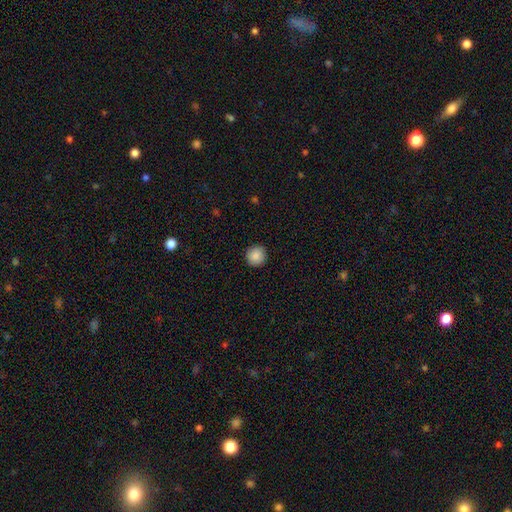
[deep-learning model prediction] smooth-or-featured: smooth: 89% | star or artifact: 8% | featured or disk: 3%
  how-rounded: round: 94% | in between: 5% | cigar-shaped: 1%
  merging: none: 92% | minor disturbance: 6% | major disturbance: 2% | merger: 1%